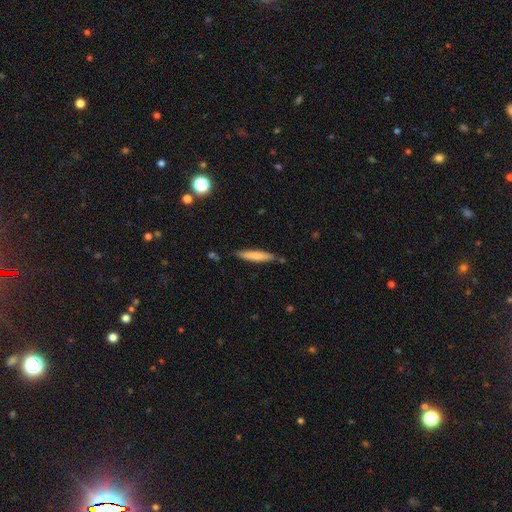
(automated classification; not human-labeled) Overall: smooth (71%). How rounded: cigar-shaped (90%). Merging: none (81%).